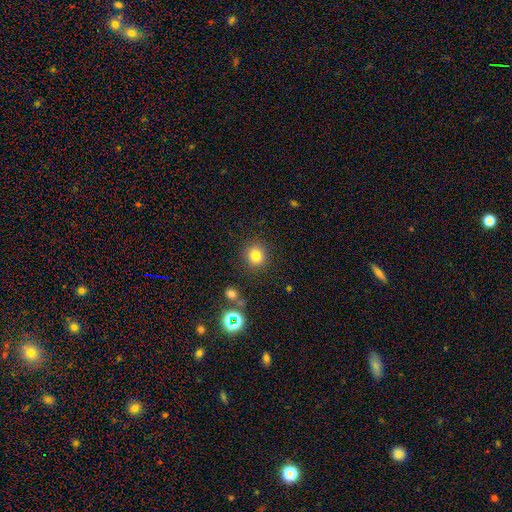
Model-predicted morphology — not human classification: Smooth or featured: smooth — 79% (star or artifact — 14%)
How rounded: round — 90% (in between — 9%)
Merging: none — 88% (minor disturbance — 7%)